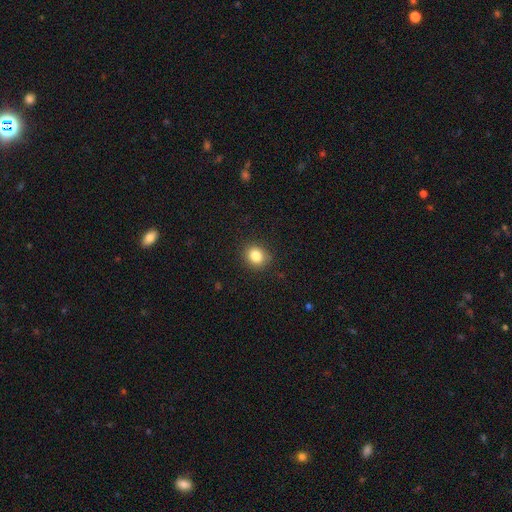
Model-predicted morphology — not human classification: Q: Smooth or featured?
A: smooth (83%); runner-up: star or artifact (11%)
Q: How rounded?
A: round (71%); runner-up: in between (28%)
Q: Merging?
A: none (88%); runner-up: minor disturbance (9%)